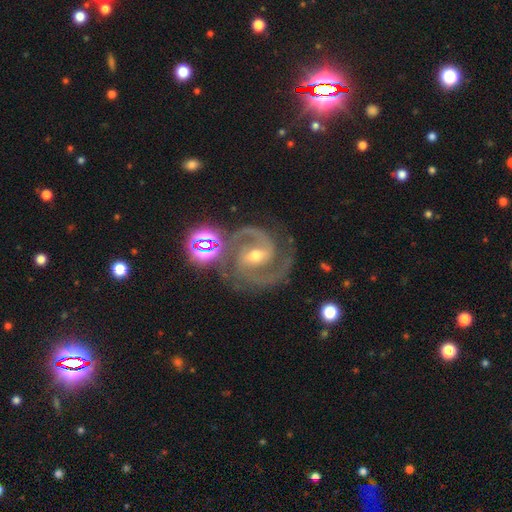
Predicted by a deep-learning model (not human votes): Morphology: type=featured or disk (88%); edge-on=no (98%); bar=weak (45%); spiral arms=yes (98%); winding=medium (58%); arm count=2 (89%); bulge=moderate (67%); merging=none (70%).